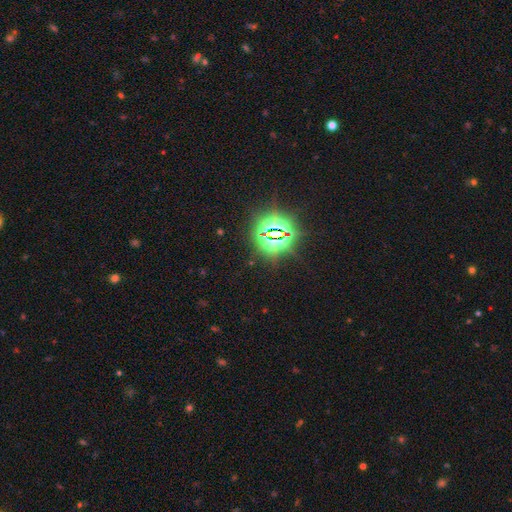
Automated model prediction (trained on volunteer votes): Overall: star or artifact (84%).